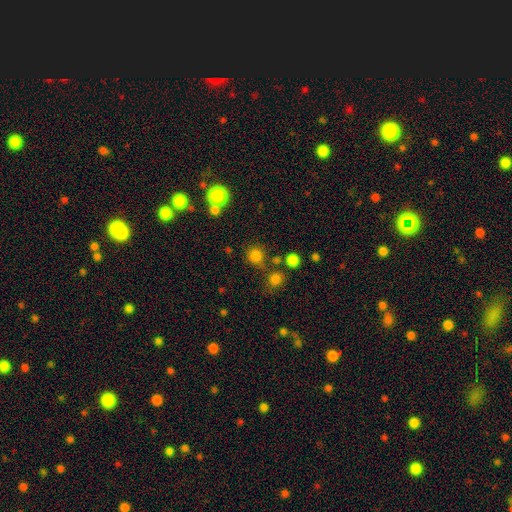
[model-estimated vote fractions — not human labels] Smooth or featured?
  - smooth: 78% *
  - star or artifact: 16%
  - featured or disk: 5%
How rounded?
  - round: 90% *
  - in between: 9%
  - cigar-shaped: 1%
Merging?
  - none: 74% *
  - merger: 11%
  - minor disturbance: 10%
  - major disturbance: 5%